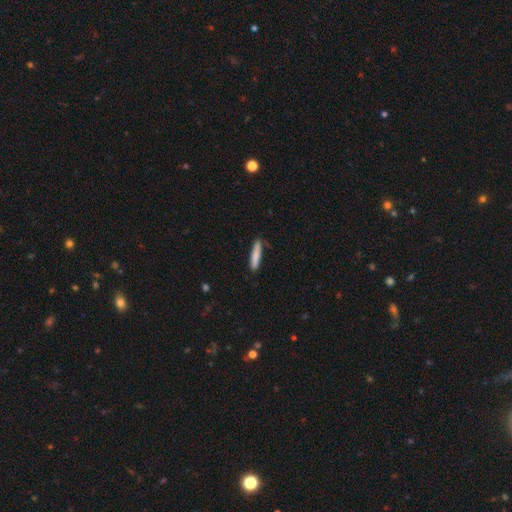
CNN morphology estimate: Smooth or featured: smooth — 81% (featured or disk — 13%)
How rounded: cigar-shaped — 89% (in between — 10%)
Merging: none — 82% (minor disturbance — 14%)